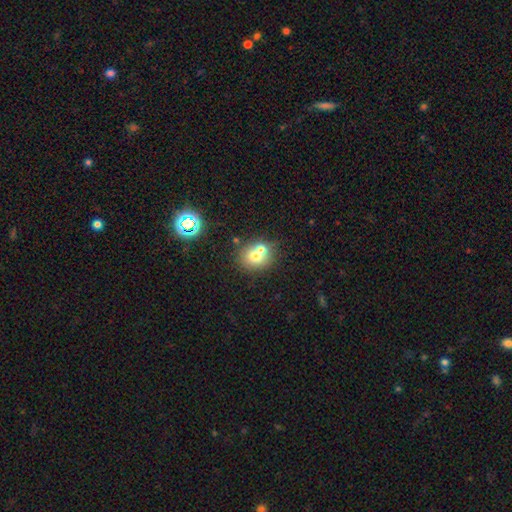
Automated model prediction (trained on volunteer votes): Smooth or featured: smooth — 67% (featured or disk — 20%)
How rounded: round — 75% (in between — 24%)
Merging: merger — 49% (none — 41%)